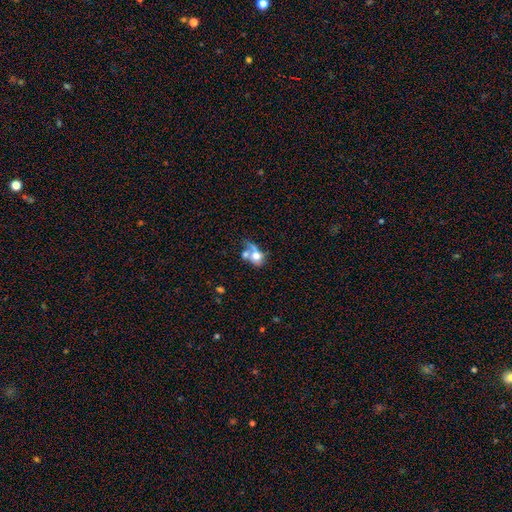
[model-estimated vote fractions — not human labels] Overall: smooth (61%; featured or disk 28%). How rounded: in between (49%, tied with round). Merging: merger (55%; none 19%).